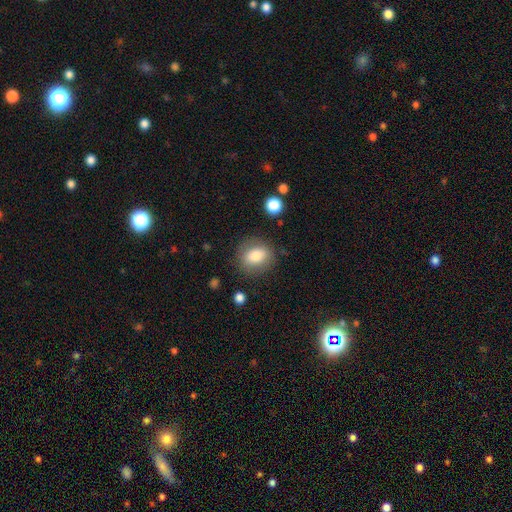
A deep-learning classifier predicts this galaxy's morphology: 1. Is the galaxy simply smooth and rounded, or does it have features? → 78% smooth, 14% featured or disk, 8% star or artifact.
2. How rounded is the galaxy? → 50% round, 48% in between, 2% cigar-shaped.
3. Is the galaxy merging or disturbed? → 80% none, 13% minor disturbance, 5% major disturbance, 2% merger.